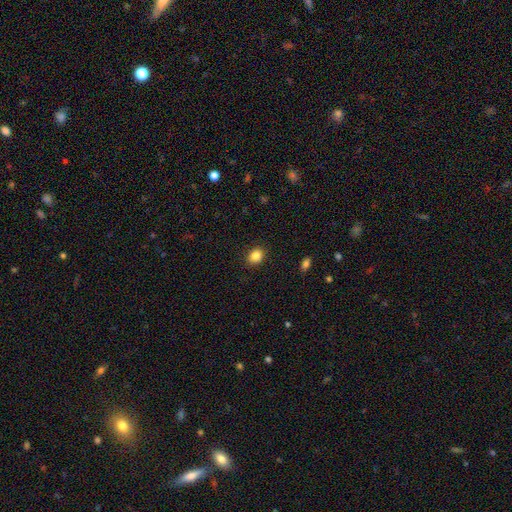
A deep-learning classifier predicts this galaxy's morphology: Smooth or featured?
  - smooth: 86% *
  - star or artifact: 10%
  - featured or disk: 5%
How rounded?
  - round: 50% *
  - in between: 49%
  - cigar-shaped: 1%
Merging?
  - none: 89% *
  - minor disturbance: 8%
  - major disturbance: 2%
  - merger: 1%